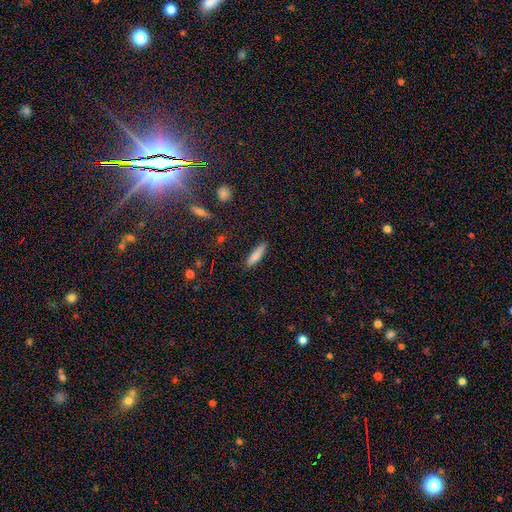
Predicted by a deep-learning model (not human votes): smooth-or-featured: smooth: 82% | featured or disk: 11% | star or artifact: 7%
  how-rounded: cigar-shaped: 69% | in between: 29% | round: 2%
  merging: none: 86% | minor disturbance: 11% | major disturbance: 2% | merger: 1%